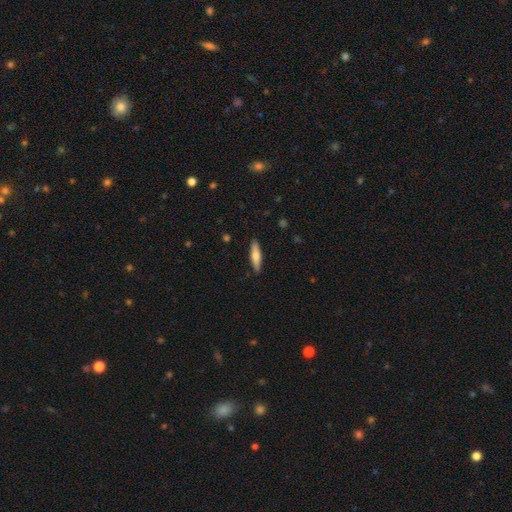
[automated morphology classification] A smooth galaxy with no disk features (64%) that is cigar-shaped (73%). Merging: none (89%).